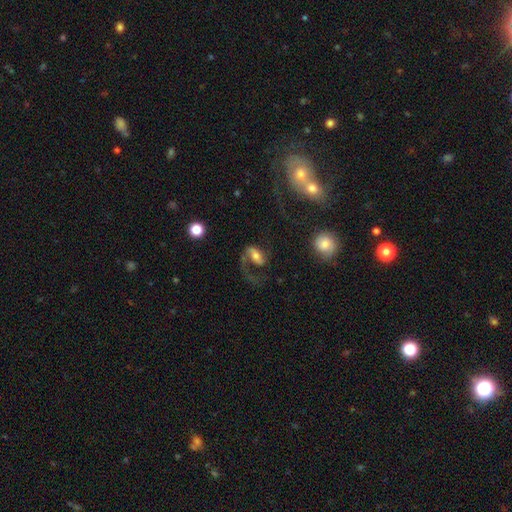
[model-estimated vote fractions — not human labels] Smooth or featured?
  - featured or disk: 68% *
  - smooth: 23%
  - star or artifact: 9%
Edge-on disk?
  - no: 96% *
  - yes: 4%
Bar?
  - no: 40% *
  - weak: 37%
  - strong: 24%
Spiral arms?
  - yes: 88% *
  - no: 12%
Spiral winding?
  - loose: 57% *
  - medium: 34%
  - tight: 9%
Spiral arm count?
  - 2: 55% *
  - 1: 39%
  - can't tell: 3%
  - 3: 1%
  - 4: 1%
  - more than 4: 1%
Bulge size?
  - moderate: 55% *
  - small: 24%
  - large: 14%
  - none: 4%
  - dominant: 3%
Merging?
  - major disturbance: 41% *
  - none: 40%
  - minor disturbance: 14%
  - merger: 5%